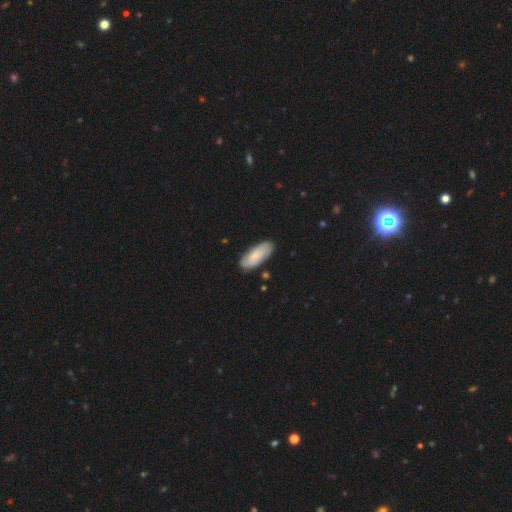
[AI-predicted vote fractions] smooth 71%, featured or disk 24%, star or artifact 6%. Down the decision tree: how rounded — in between (79%); merging — none (83%).